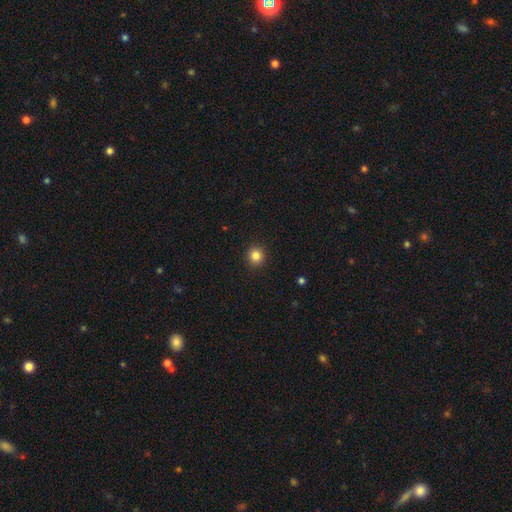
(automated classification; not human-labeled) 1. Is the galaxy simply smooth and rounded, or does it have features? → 84% smooth, 12% star or artifact, 4% featured or disk.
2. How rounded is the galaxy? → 93% round, 6% in between, 1% cigar-shaped.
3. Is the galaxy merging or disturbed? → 92% none, 5% minor disturbance, 2% major disturbance, 1% merger.